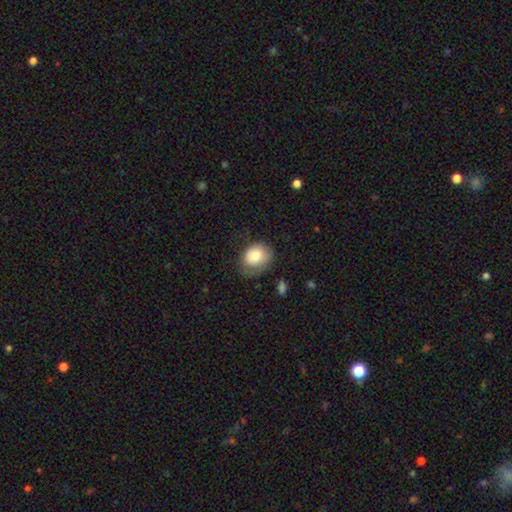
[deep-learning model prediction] smooth 75%, featured or disk 18%, star or artifact 7%. Down the decision tree: how rounded — round (53%); merging — none (49%).